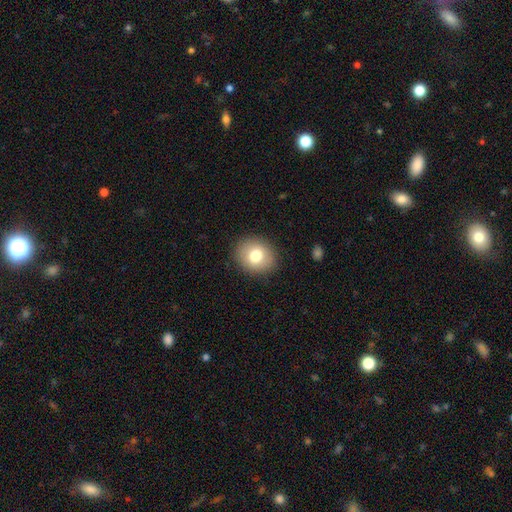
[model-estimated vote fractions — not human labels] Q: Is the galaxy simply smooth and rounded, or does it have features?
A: smooth — 77%.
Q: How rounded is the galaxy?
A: round — 73%.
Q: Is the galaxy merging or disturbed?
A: none — 89%.